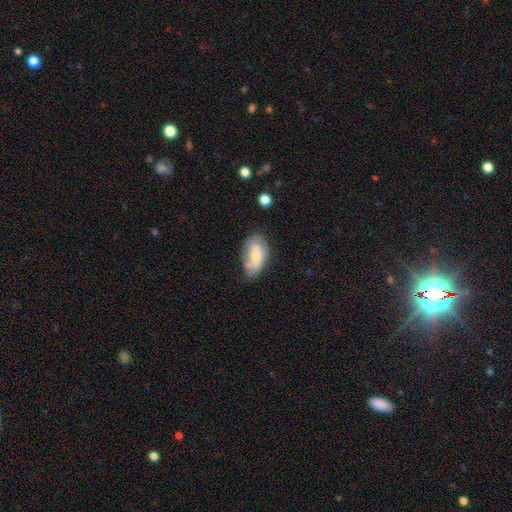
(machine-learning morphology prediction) smooth-or-featured: featured or disk: 48% | smooth: 45% | star or artifact: 7%
  merging: none: 57% | minor disturbance: 29% | major disturbance: 10% | merger: 3%